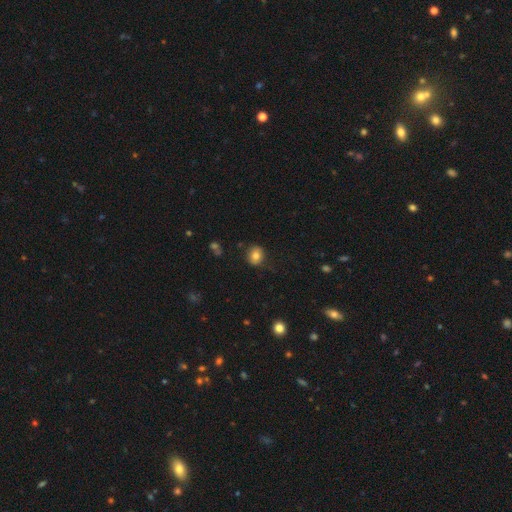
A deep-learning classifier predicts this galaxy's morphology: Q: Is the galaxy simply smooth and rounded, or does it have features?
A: smooth — 79%.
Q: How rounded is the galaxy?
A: round — 73%.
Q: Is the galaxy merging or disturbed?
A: none — 79%.